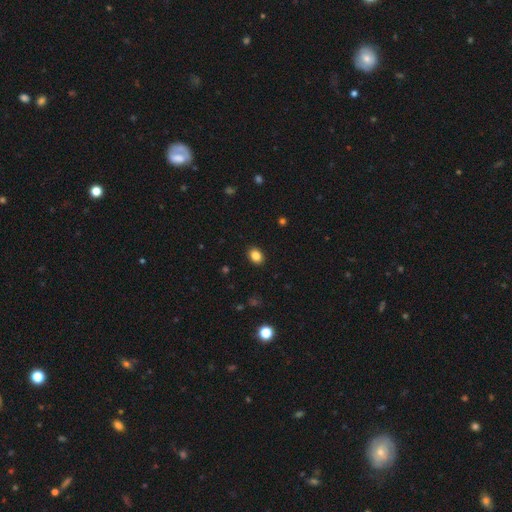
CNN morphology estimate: A smooth galaxy with no disk features (85%) that is in between round and cigar-shaped (65%).

Vote fractions:
- Smooth or featured? smooth: 85% / star or artifact: 10% / featured or disk: 5%
- How rounded? in between: 65% / round: 34% / cigar-shaped: 1%
- Merging? none: 90% / minor disturbance: 7% / major disturbance: 2% / merger: 1%